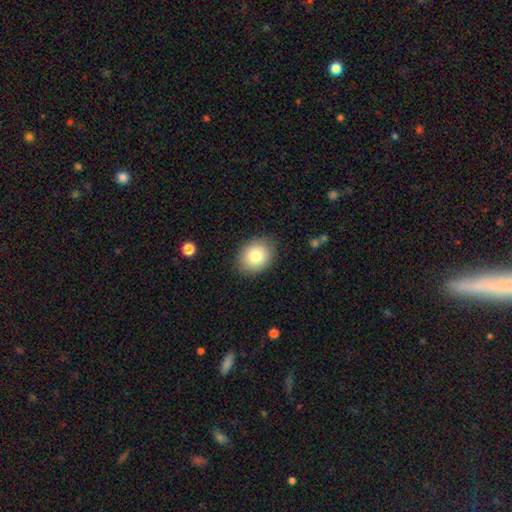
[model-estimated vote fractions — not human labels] The model was most divided on "how rounded": in between: 51%, round: 48%, cigar-shaped: 1%. More confident: merging — none (86%); smooth or featured — smooth (81%).